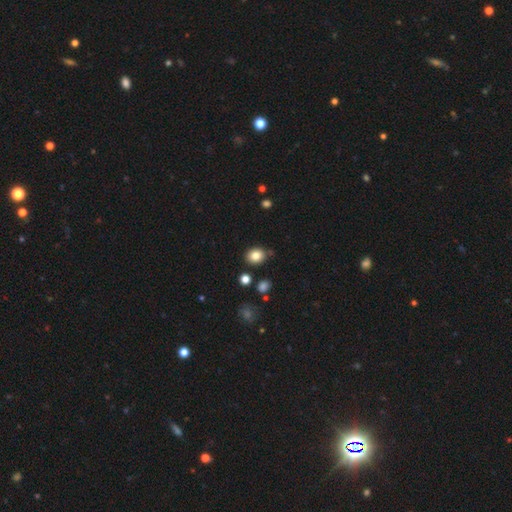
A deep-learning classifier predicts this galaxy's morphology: Q: Smooth or featured?
A: smooth (83%); runner-up: star or artifact (10%)
Q: How rounded?
A: round (57%); runner-up: in between (42%)
Q: Merging?
A: none (80%); runner-up: minor disturbance (13%)